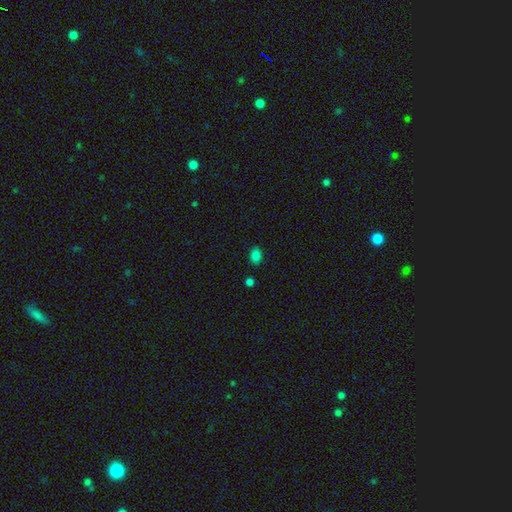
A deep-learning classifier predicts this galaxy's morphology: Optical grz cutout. It shows a smooth galaxy with no disk features (82%) that is in between round and cigar-shaped (78%). Merging: none (84%).